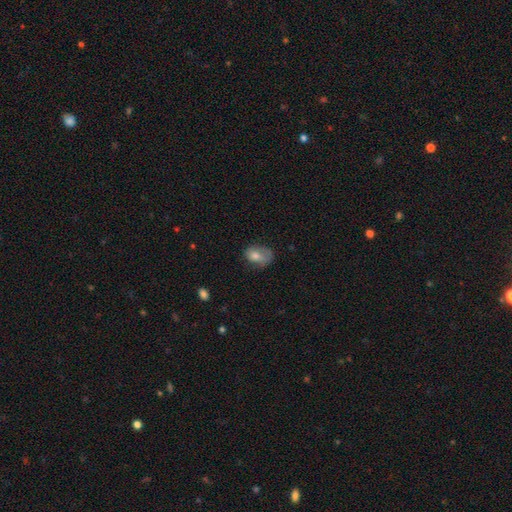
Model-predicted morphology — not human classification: Q: Smooth or featured?
A: smooth (67%); runner-up: featured or disk (24%)
Q: How rounded?
A: in between (82%); runner-up: round (16%)
Q: Merging?
A: none (43%); runner-up: minor disturbance (32%)